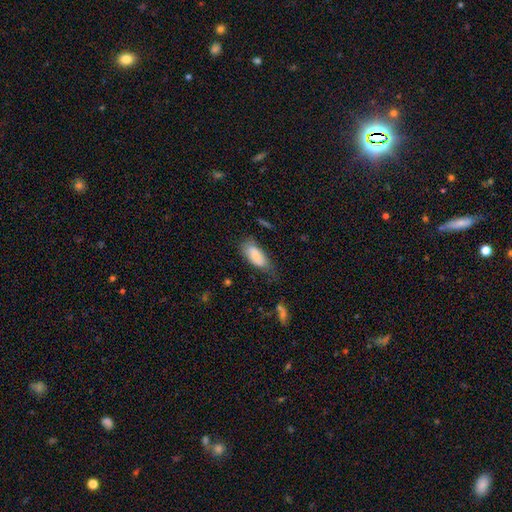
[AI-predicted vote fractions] smooth 79%, featured or disk 14%, star or artifact 7%. Down the decision tree: how rounded — in between (88%); merging — none (46%).